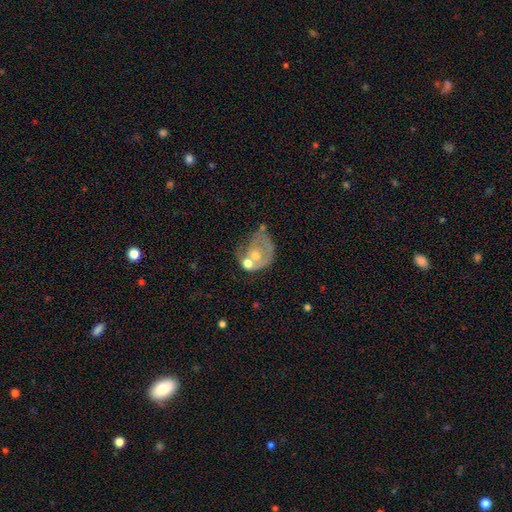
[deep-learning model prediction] Overall: featured or disk (63%; smooth 29%). Edge-on disk: no (97%). Bar: no (84%). Spiral arms: no (57%; yes 43%). Bulge size: moderate (54%; small 32%). Merging: none (29%; merger 26%).